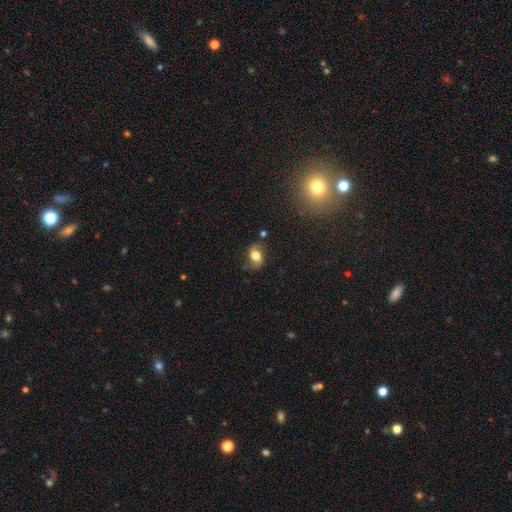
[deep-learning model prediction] Smooth or featured: smooth — 58% (featured or disk — 32%)
How rounded: in between — 75% (round — 24%)
Merging: none — 65% (minor disturbance — 23%)